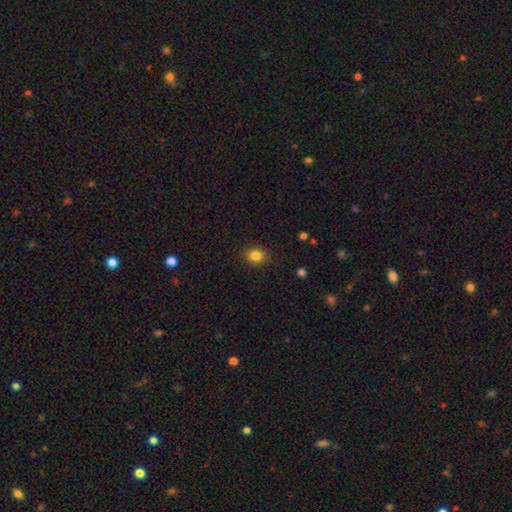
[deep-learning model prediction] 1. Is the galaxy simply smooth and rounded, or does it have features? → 84% smooth, 11% star or artifact, 5% featured or disk.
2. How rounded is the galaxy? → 66% round, 33% in between, 1% cigar-shaped.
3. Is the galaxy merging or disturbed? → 88% none, 9% minor disturbance, 2% major disturbance, 1% merger.